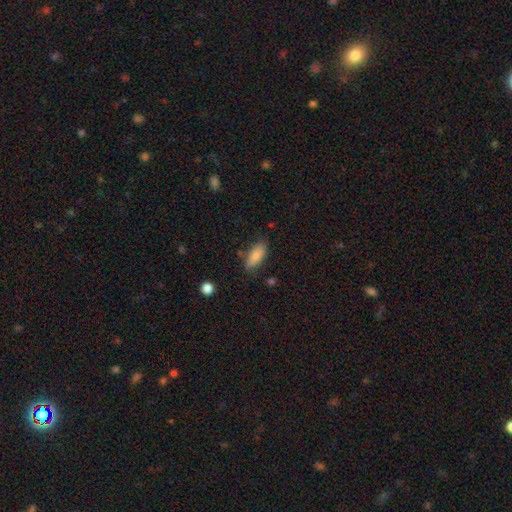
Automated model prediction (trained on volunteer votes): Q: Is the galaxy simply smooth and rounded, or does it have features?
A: smooth — 82%.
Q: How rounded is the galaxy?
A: in between — 81%.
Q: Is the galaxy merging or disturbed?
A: none — 75%.